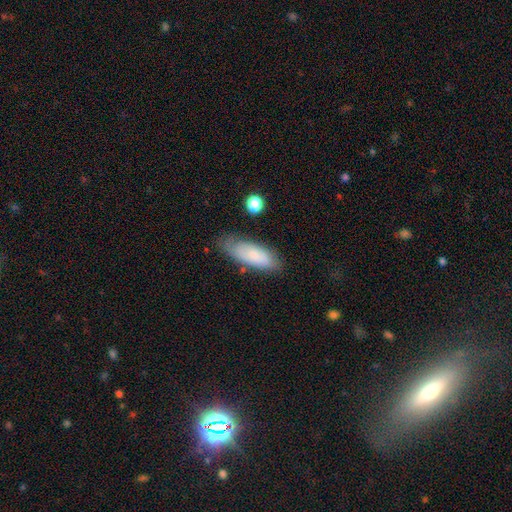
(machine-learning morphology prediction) Smooth or featured? smooth (67%)
How rounded? in between (77%)
Merging? none (67%)